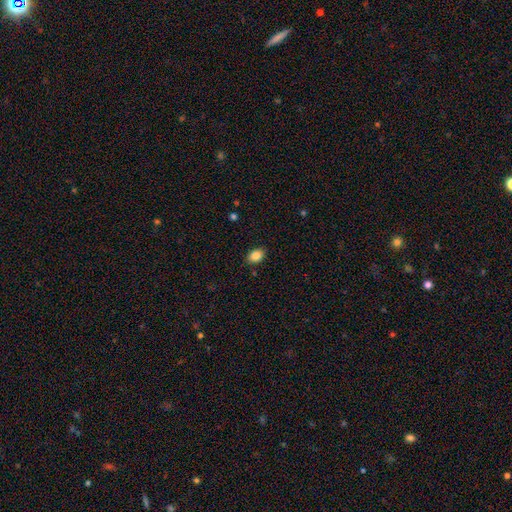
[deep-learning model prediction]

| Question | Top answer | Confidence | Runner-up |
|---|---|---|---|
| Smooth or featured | smooth | 87% | star or artifact (8%) |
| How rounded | in between | 80% | round (19%) |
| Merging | none | 87% | minor disturbance (10%) |